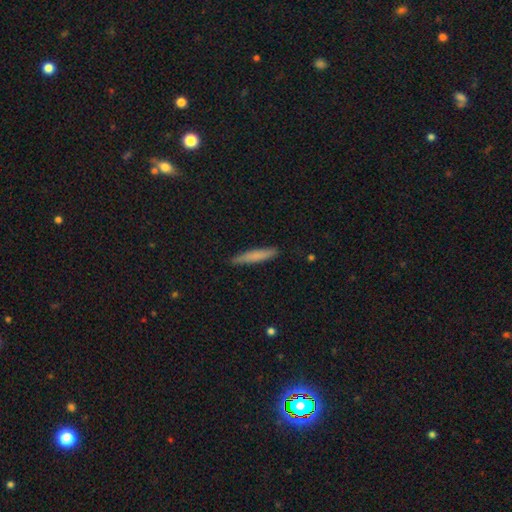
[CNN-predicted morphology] Overall: smooth (75%). How rounded: cigar-shaped (93%). Merging: none (88%).